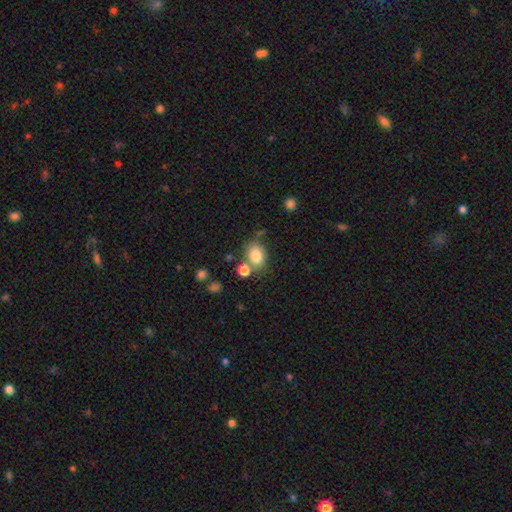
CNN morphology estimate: This appears to be a smooth galaxy with no disk features (82%) that is in between round and cigar-shaped (73%). Merging: none (64%).